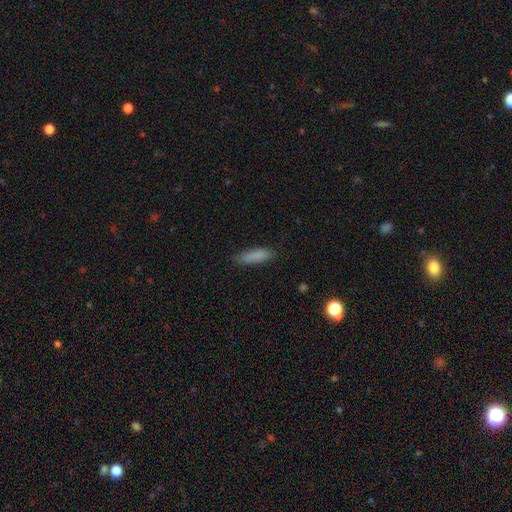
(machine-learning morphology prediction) Smooth or featured: smooth — 86% (star or artifact — 8%)
How rounded: cigar-shaped — 65% (in between — 33%)
Merging: none — 83% (minor disturbance — 13%)